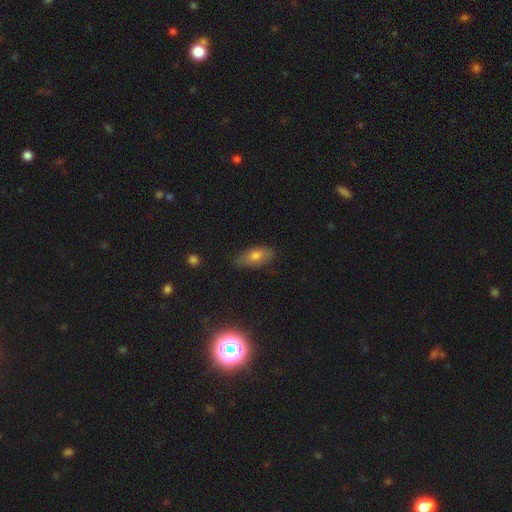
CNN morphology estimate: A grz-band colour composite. It shows a smooth galaxy with no disk features (74%) that is in between round and cigar-shaped (88%). Merging: none (75%).